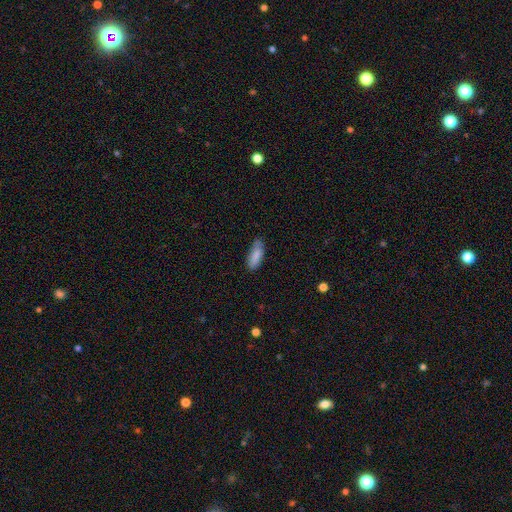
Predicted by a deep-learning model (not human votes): Smooth or featured? smooth (83%)
How rounded? in between (68%)
Merging? none (67%)